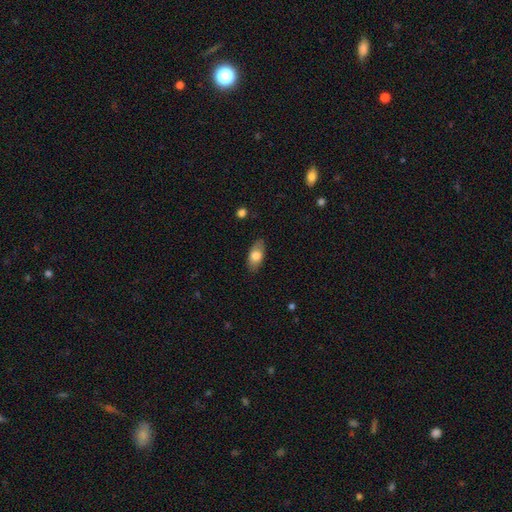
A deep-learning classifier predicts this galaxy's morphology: Q: Smooth or featured?
A: smooth (75%); runner-up: featured or disk (19%)
Q: How rounded?
A: in between (90%); runner-up: cigar-shaped (6%)
Q: Merging?
A: none (82%); runner-up: minor disturbance (14%)